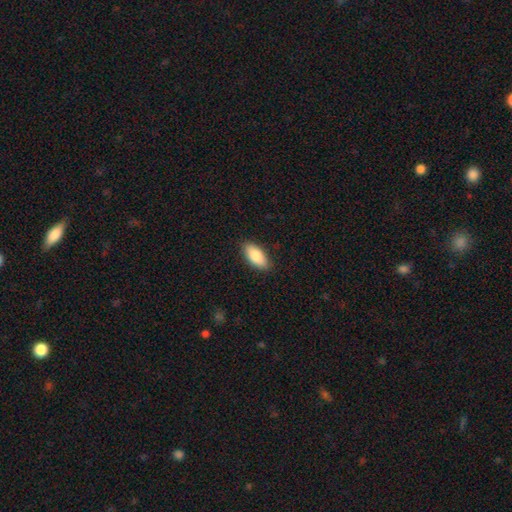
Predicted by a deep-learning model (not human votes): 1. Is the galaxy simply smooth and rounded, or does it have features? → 85% smooth, 9% featured or disk, 6% star or artifact.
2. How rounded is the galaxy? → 89% in between, 9% cigar-shaped, 2% round.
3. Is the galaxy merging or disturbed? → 88% none, 9% minor disturbance, 2% major disturbance, 1% merger.